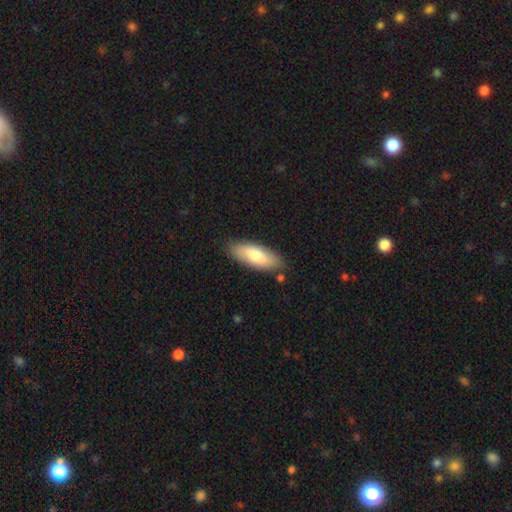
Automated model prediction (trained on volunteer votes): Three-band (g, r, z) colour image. It shows a smooth galaxy with no disk features (75%) that is in between round and cigar-shaped (71%). Merging: none (84%).